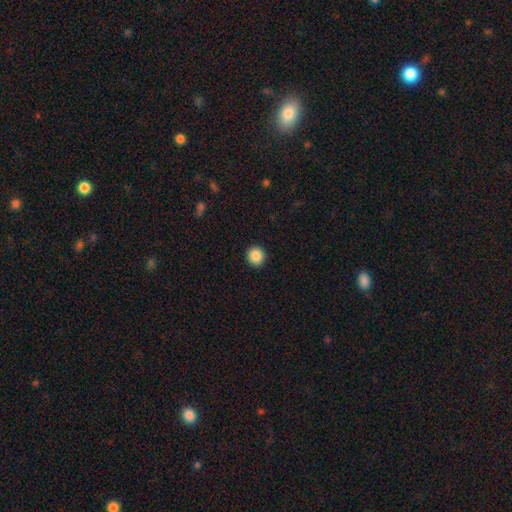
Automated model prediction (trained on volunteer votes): The model was most divided on "smooth or featured": smooth: 88%, star or artifact: 9%, featured or disk: 3%. More confident: merging — none (92%); how rounded — round (90%).